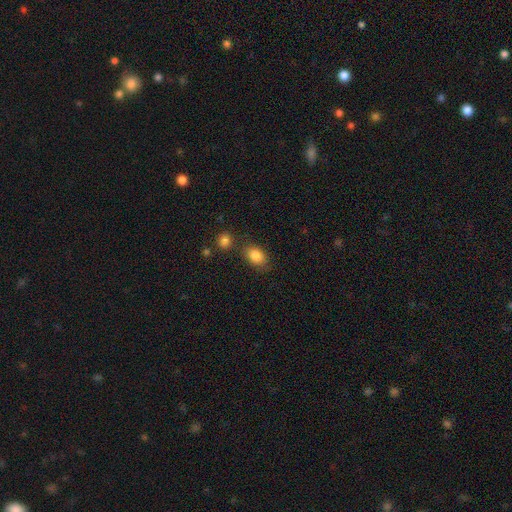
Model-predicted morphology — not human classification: Smooth or featured?
  - smooth: 85% *
  - star or artifact: 9%
  - featured or disk: 6%
How rounded?
  - in between: 80% *
  - round: 18%
  - cigar-shaped: 2%
Merging?
  - none: 73% *
  - minor disturbance: 15%
  - merger: 7%
  - major disturbance: 5%